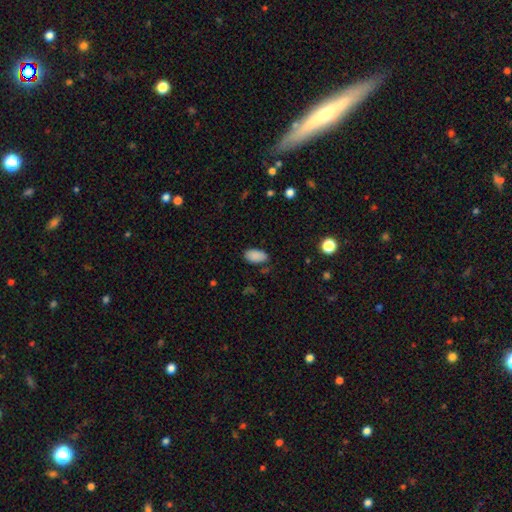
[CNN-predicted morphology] smooth-or-featured: smooth: 88% | star or artifact: 9% | featured or disk: 4%
  how-rounded: in between: 94% | round: 3% | cigar-shaped: 2%
  merging: none: 81% | minor disturbance: 13% | major disturbance: 3% | merger: 2%